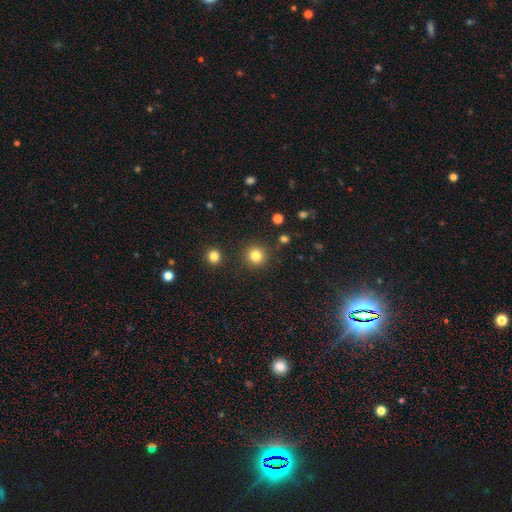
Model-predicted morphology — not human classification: smooth 83%, star or artifact 12%, featured or disk 5%. Down the decision tree: how rounded — round (92%); merging — none (88%).